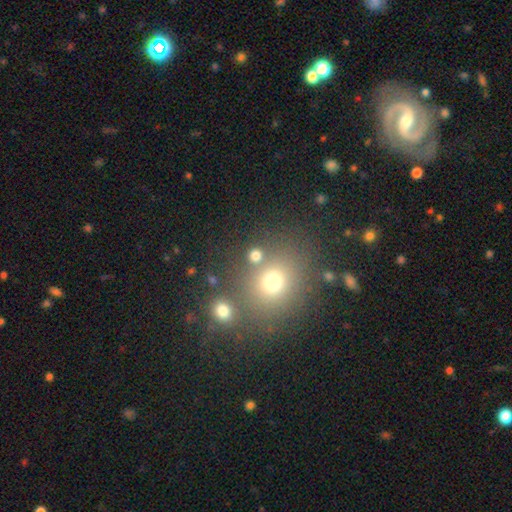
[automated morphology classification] A smooth galaxy with no disk features (74%) that is round (83%).

Vote fractions:
- Smooth or featured? smooth: 74% / star or artifact: 19% / featured or disk: 7%
- How rounded? round: 83% / in between: 16% / cigar-shaped: 1%
- Merging? none: 71% / merger: 17% / minor disturbance: 8% / major disturbance: 4%